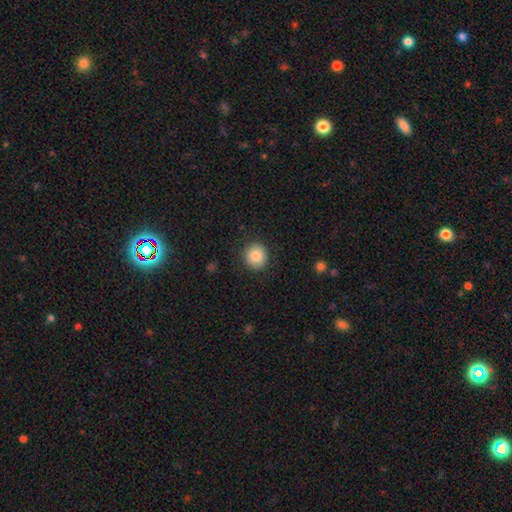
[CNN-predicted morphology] type=smooth (86%); roundness=round (92%); merging=none (90%).